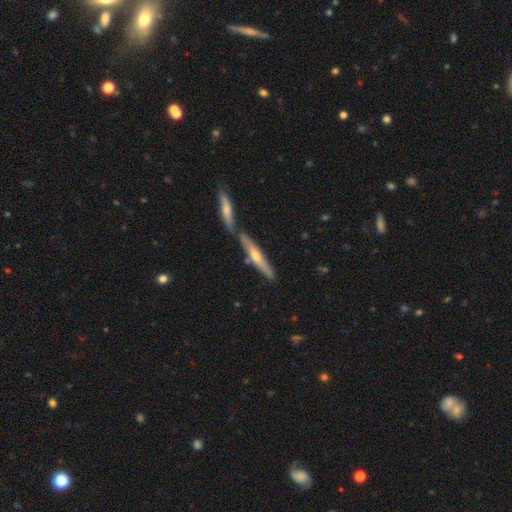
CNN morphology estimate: Smooth or featured? Predicted: featured or disk (p=0.54). Edge-on disk? Predicted: yes (p=0.90). Merging? Predicted: none (p=0.61).